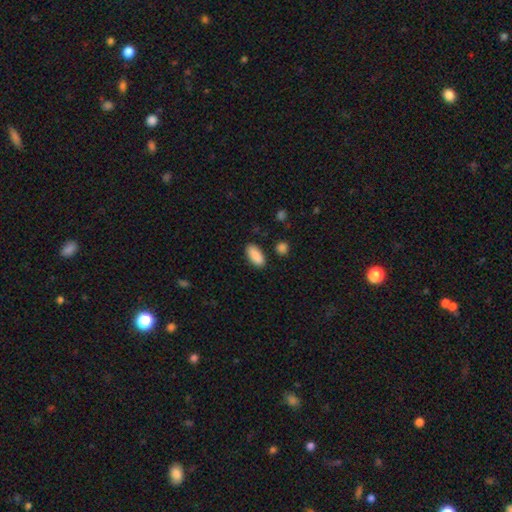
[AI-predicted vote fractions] Smooth or featured: smooth — 90% (star or artifact — 6%)
How rounded: in between — 88% (cigar-shaped — 9%)
Merging: none — 86% (minor disturbance — 9%)